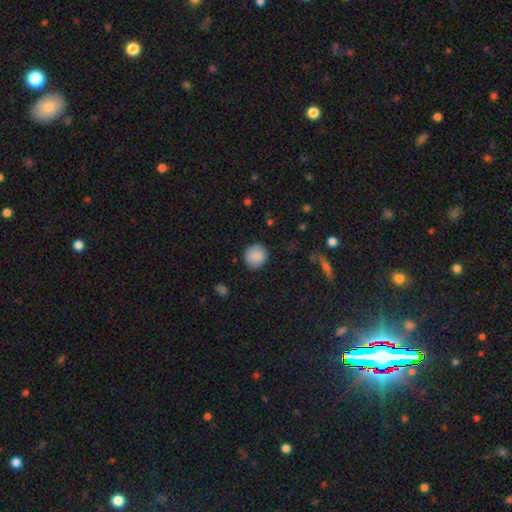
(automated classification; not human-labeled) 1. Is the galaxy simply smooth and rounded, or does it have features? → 88% smooth, 7% star or artifact, 5% featured or disk.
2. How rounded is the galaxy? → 90% round, 9% in between, 1% cigar-shaped.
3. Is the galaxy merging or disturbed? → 89% none, 8% minor disturbance, 2% major disturbance, 1% merger.